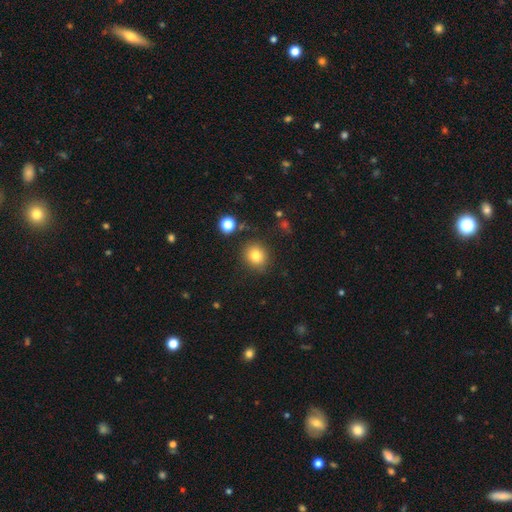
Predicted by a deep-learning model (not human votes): Overall: smooth (80%). How rounded: round (79%). Merging: none (85%).